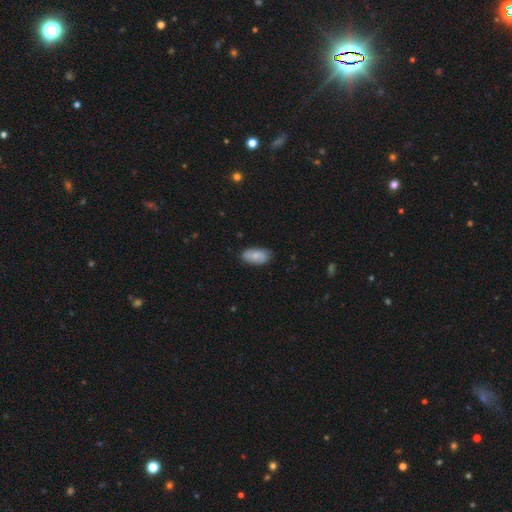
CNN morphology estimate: The model was most divided on "smooth or featured": smooth: 77%, featured or disk: 17%, star or artifact: 6%. More confident: how rounded — in between (93%); merging — none (79%).